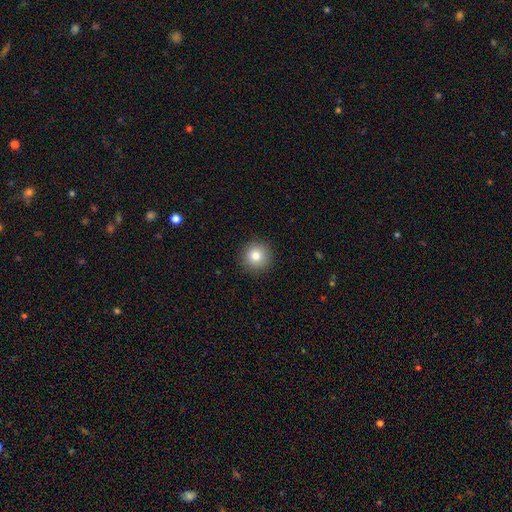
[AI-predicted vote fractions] A smooth galaxy with no disk features (82%) that is round (94%). Merging: none (92%).